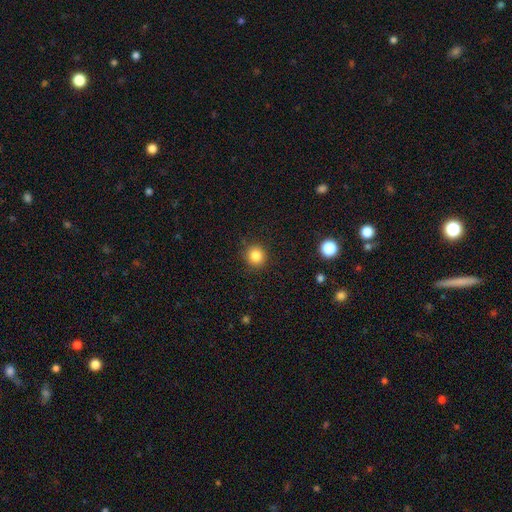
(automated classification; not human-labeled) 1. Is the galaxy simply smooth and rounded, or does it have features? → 84% smooth, 11% star or artifact, 5% featured or disk.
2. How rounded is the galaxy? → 91% round, 8% in between, 1% cigar-shaped.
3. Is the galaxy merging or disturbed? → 90% none, 6% minor disturbance, 2% major disturbance, 1% merger.